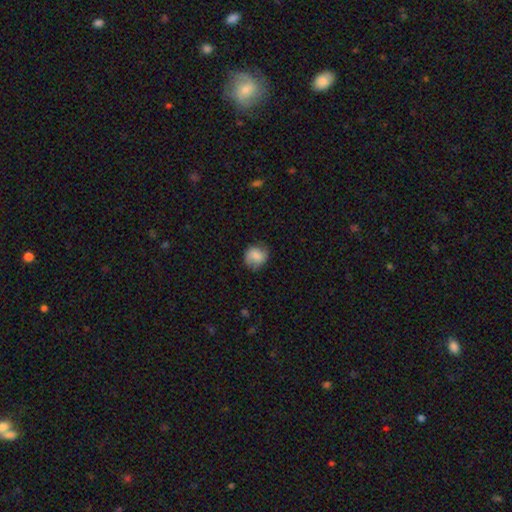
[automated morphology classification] type=smooth (77%); roundness=round (78%); merging=none (72%).